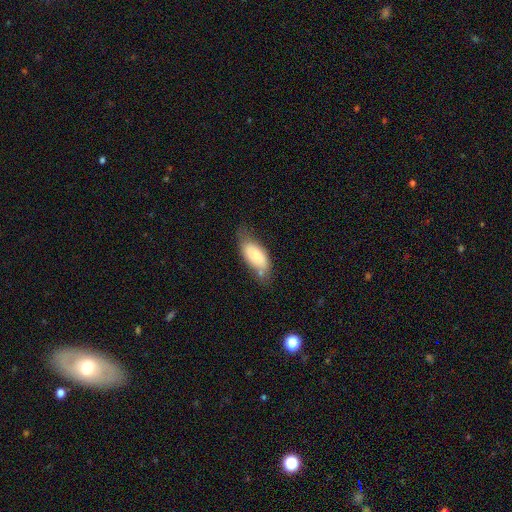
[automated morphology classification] A smooth galaxy with no disk features (72%) that is in between round and cigar-shaped (89%). Merging: none (50%).